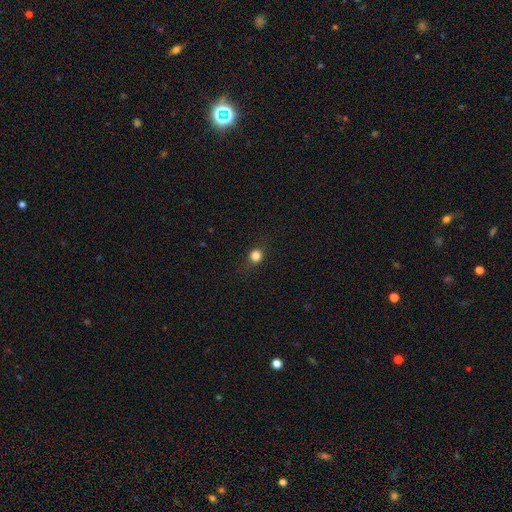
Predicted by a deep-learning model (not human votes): Smooth or featured: smooth — 82% (star or artifact — 13%)
How rounded: round — 85% (in between — 14%)
Merging: none — 86% (minor disturbance — 9%)